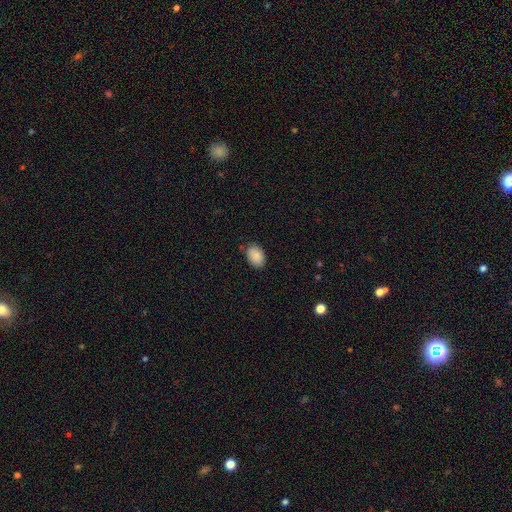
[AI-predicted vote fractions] Smooth or featured? smooth (88%)
How rounded? in between (81%)
Merging? none (81%)